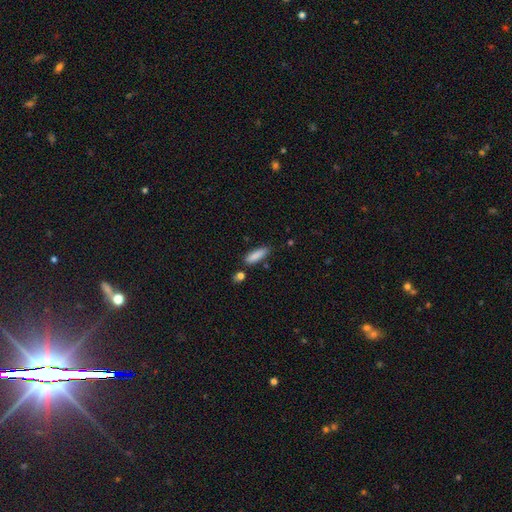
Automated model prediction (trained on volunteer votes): A smooth galaxy with no disk features (86%) that is cigar-shaped (56%). Merging: none (76%).